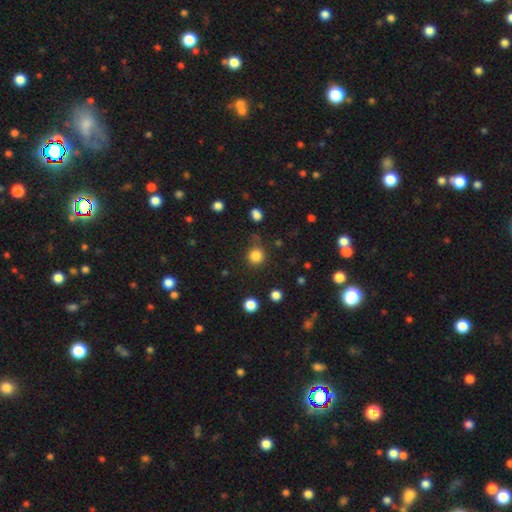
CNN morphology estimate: Smooth or featured? smooth (83%)
How rounded? round (93%)
Merging? none (82%)